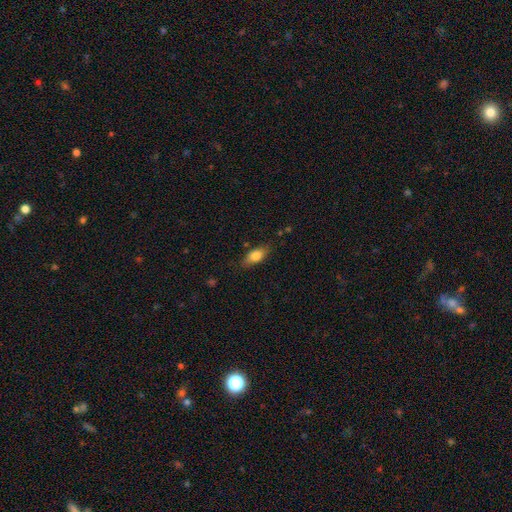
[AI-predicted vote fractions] smooth-or-featured: smooth: 77% | featured or disk: 16% | star or artifact: 7%
  how-rounded: in between: 80% | cigar-shaped: 15% | round: 5%
  merging: none: 79% | minor disturbance: 16% | major disturbance: 4% | merger: 2%